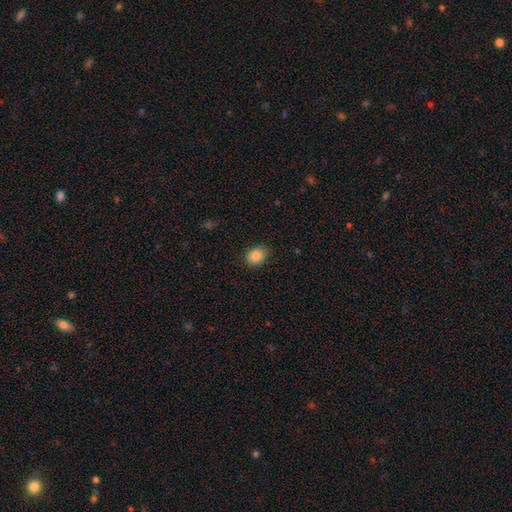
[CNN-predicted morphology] A smooth galaxy with no disk features (86%) that is in between round and cigar-shaped (62%).

Vote fractions:
- Smooth or featured? smooth: 86% / star or artifact: 9% / featured or disk: 5%
- How rounded? in between: 62% / round: 37% / cigar-shaped: 1%
- Merging? none: 87% / minor disturbance: 9% / major disturbance: 2% / merger: 1%